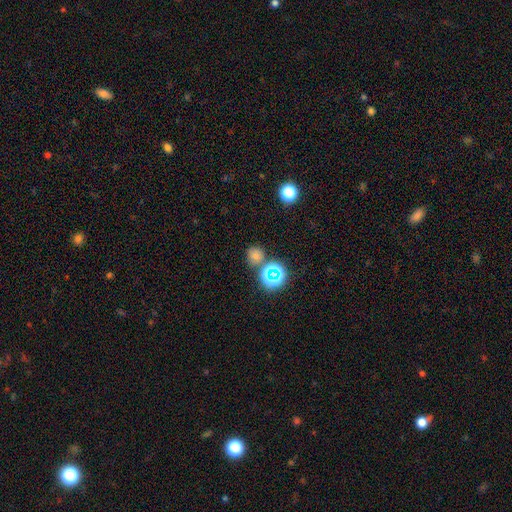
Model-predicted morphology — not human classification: A smooth galaxy with no disk features (63%) that is round (85%).

Vote fractions:
- Smooth or featured? smooth: 63% / star or artifact: 30% / featured or disk: 7%
- How rounded? round: 85% / in between: 14% / cigar-shaped: 1%
- Merging? none: 73% / merger: 13% / minor disturbance: 10% / major disturbance: 4%